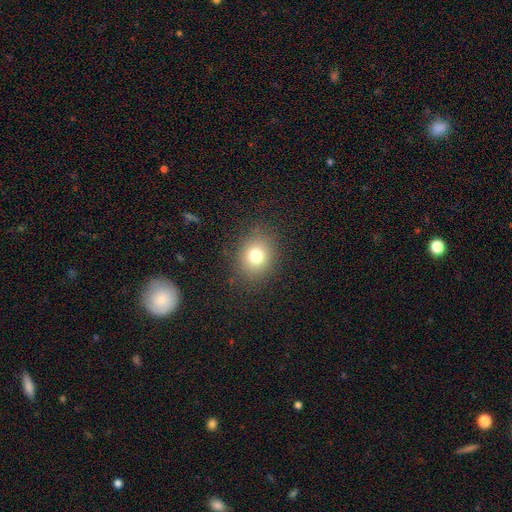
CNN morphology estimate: A smooth galaxy with no disk features (76%) that is round (61%).

Vote fractions:
- Smooth or featured? smooth: 76% / star or artifact: 14% / featured or disk: 10%
- How rounded? round: 61% / in between: 38% / cigar-shaped: 1%
- Merging? none: 85% / minor disturbance: 10% / major disturbance: 4% / merger: 1%